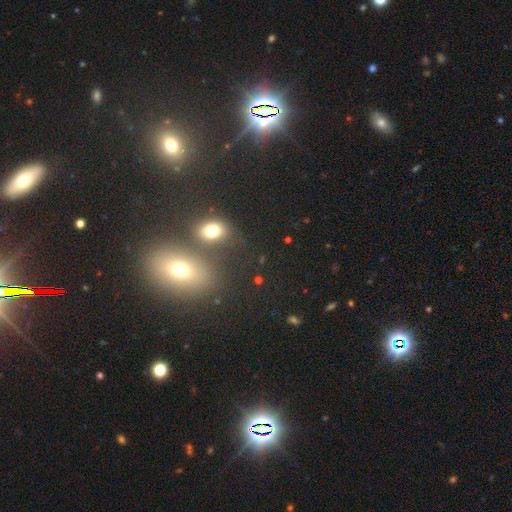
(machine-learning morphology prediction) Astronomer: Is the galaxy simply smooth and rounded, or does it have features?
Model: smooth — 47% (runner-up: star or artifact, 39%).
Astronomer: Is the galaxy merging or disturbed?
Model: none — 75%.